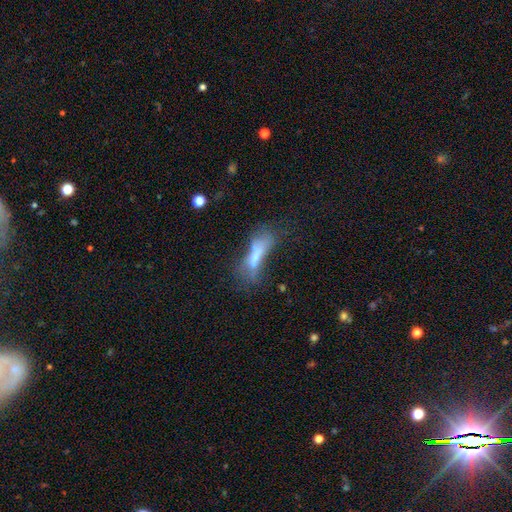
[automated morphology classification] Q: Smooth or featured?
A: smooth (50%); runner-up: featured or disk (35%)
Q: How rounded?
A: cigar-shaped (53%); runner-up: in between (43%)
Q: Merging?
A: major disturbance (33%); runner-up: none (28%)